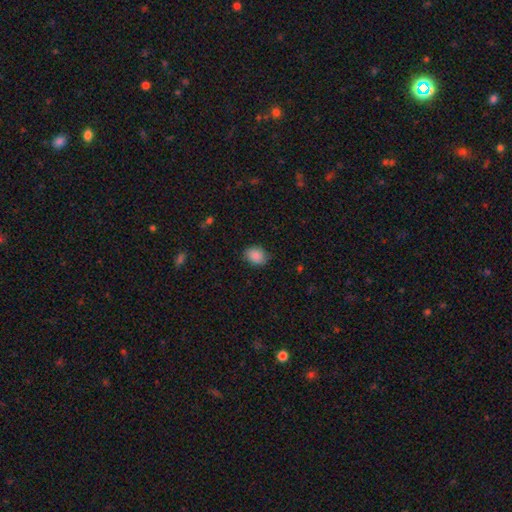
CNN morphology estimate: Smooth or featured? smooth (87%)
How rounded? in between (56%)
Merging? none (79%)